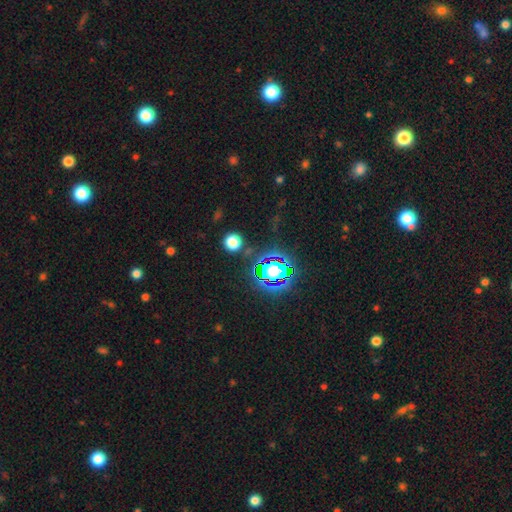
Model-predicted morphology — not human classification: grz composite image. It shows a star or artifact, not a galaxy (77%).